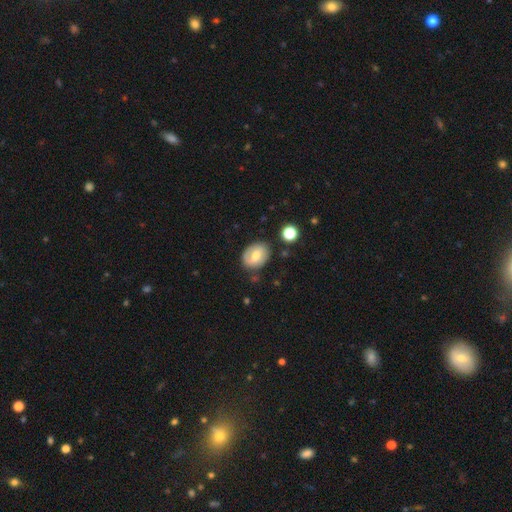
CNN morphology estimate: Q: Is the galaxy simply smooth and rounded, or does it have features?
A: smooth — 50%.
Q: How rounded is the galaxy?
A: in between — 59%.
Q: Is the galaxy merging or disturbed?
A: none — 76%.